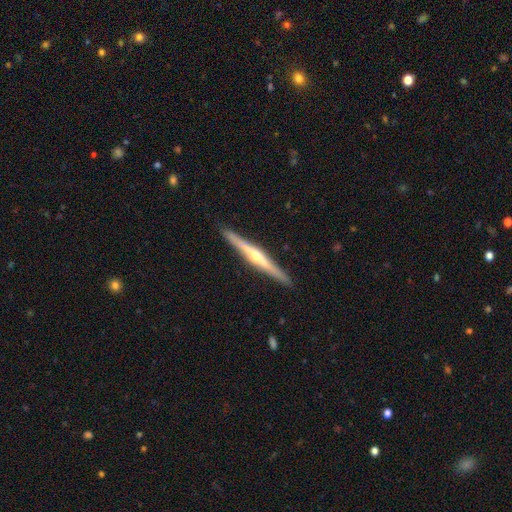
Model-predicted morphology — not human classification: Q: Smooth or featured?
A: featured or disk (78%); runner-up: smooth (17%)
Q: Edge-on disk?
A: yes (98%); runner-up: no (2%)
Q: Edge-on bulge?
A: rounded (86%); runner-up: none (9%)
Q: Merging?
A: none (92%); runner-up: minor disturbance (6%)